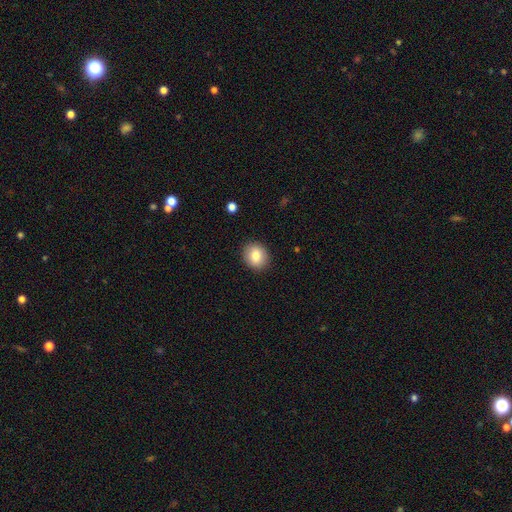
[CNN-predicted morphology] Q: Smooth or featured?
A: smooth (82%); runner-up: featured or disk (9%)
Q: How rounded?
A: round (71%); runner-up: in between (28%)
Q: Merging?
A: none (90%); runner-up: minor disturbance (7%)